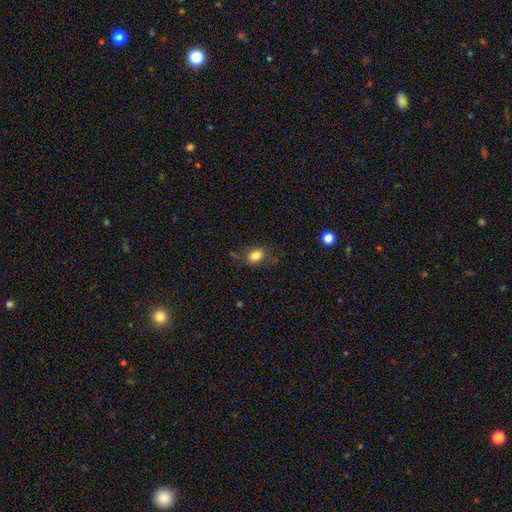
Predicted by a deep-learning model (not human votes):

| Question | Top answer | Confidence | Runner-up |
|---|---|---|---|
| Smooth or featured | smooth | 82% | star or artifact (11%) |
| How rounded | in between | 51% | round (48%) |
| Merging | none | 72% | minor disturbance (19%) |